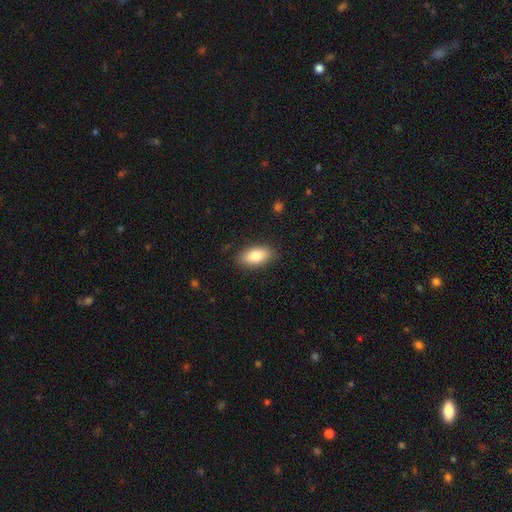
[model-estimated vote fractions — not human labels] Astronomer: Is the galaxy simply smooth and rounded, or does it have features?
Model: smooth — 82%.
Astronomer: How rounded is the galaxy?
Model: in between — 90%.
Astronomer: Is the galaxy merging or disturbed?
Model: none — 87%.